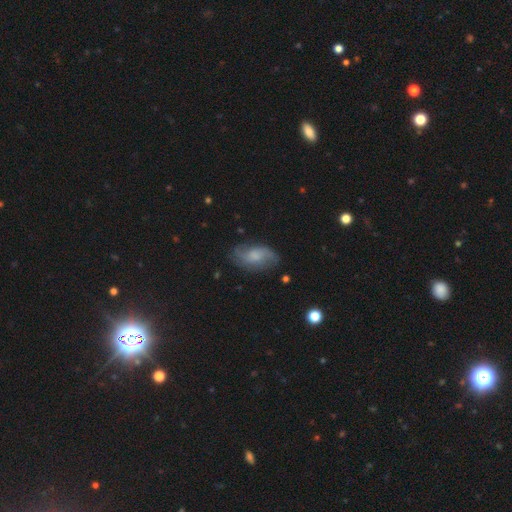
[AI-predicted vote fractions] A featured or disk galaxy (59%) with no bar (60%), spiral arms (88%) and a moderate central bulge (31%).

Vote fractions:
- Smooth or featured? featured or disk: 59% / smooth: 33% / star or artifact: 8%
- Edge-on disk? no: 95% / yes: 5%
- Bar? no: 60% / weak: 35% / strong: 5%
- Spiral arms? yes: 88% / no: 12%
- Bulge size? moderate: 31% / small: 29% / none: 27% / large: 11% / dominant: 2%
- Merging? none: 69% / minor disturbance: 21% / major disturbance: 8% / merger: 2%